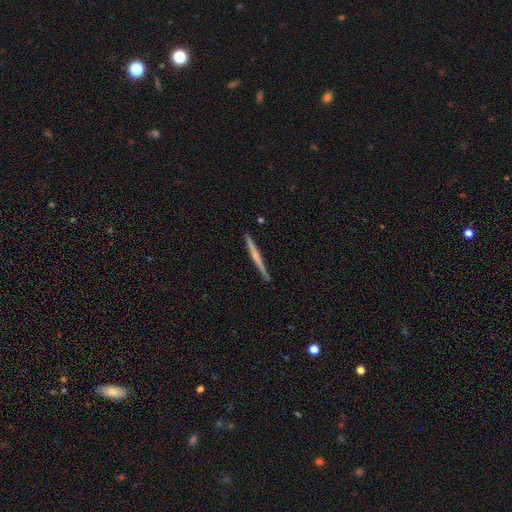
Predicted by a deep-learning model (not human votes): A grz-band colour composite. It shows a featured or disk galaxy (60%) viewed edge-on (98%) with no central bulge (62%). Merging: none (92%).